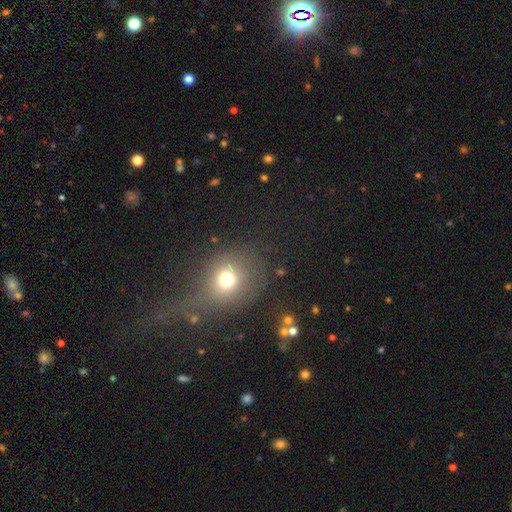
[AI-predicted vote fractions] smooth_or_featured: smooth (p=0.50) [alt: star or artifact p=0.37]
merging: none (p=0.54) [alt: minor disturbance p=0.21]